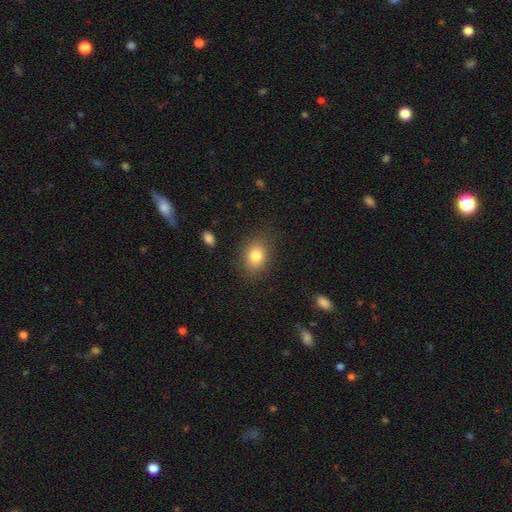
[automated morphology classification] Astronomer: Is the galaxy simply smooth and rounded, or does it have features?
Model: smooth — 82%.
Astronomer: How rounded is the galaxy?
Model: in between — 65%.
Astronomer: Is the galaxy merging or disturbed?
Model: none — 83%.